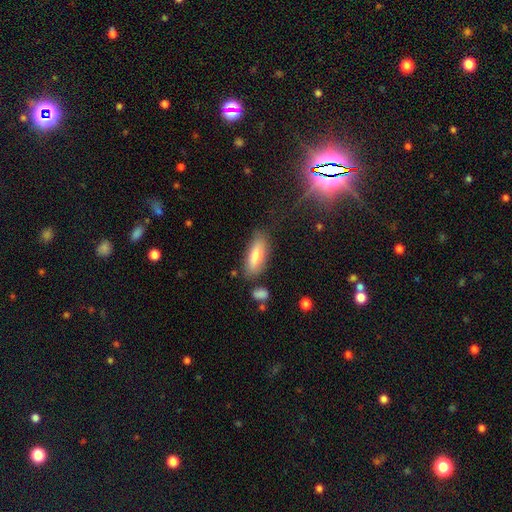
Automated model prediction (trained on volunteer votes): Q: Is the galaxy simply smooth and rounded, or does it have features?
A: smooth — 78%.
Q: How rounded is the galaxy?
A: in between — 66%.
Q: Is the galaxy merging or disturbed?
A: none — 74%.